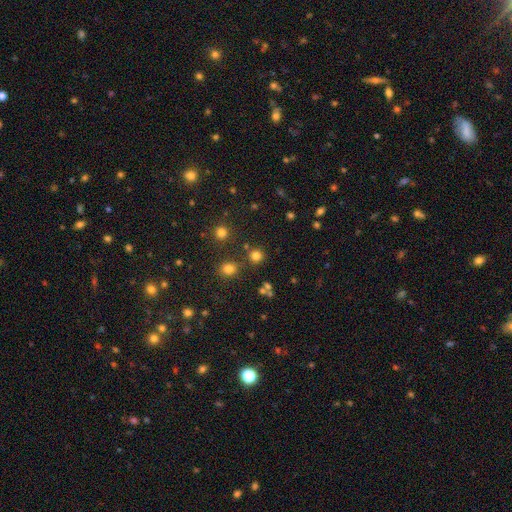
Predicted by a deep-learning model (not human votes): Overall: smooth (76%). How rounded: round (91%). Merging: none (80%).